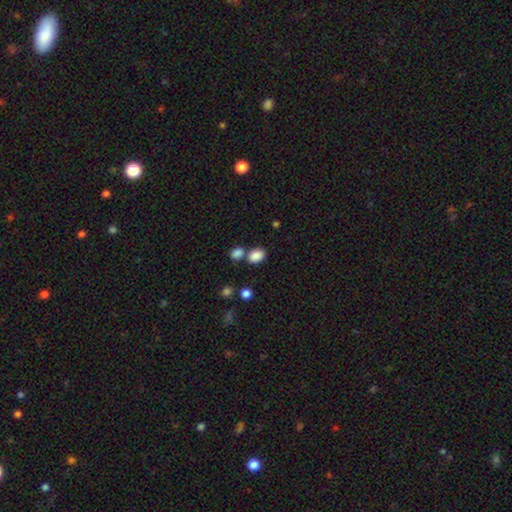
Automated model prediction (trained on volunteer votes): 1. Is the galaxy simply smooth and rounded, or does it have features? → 86% smooth, 9% star or artifact, 5% featured or disk.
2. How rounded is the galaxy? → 79% in between, 20% round, 1% cigar-shaped.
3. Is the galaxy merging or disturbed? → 57% none, 28% merger, 12% minor disturbance, 4% major disturbance.